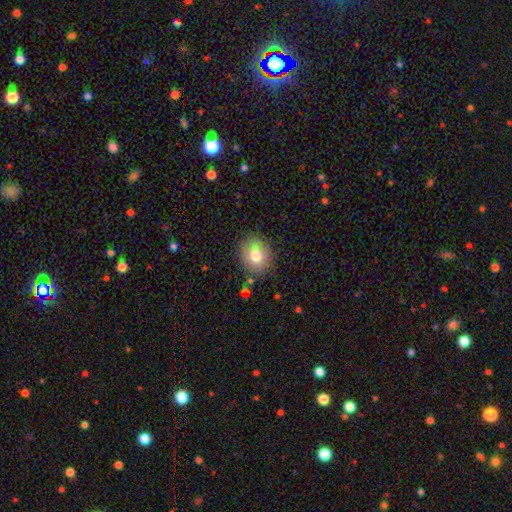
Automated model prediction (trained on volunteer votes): A smooth galaxy with no disk features (78%) that is round (73%). Merging: none (85%).